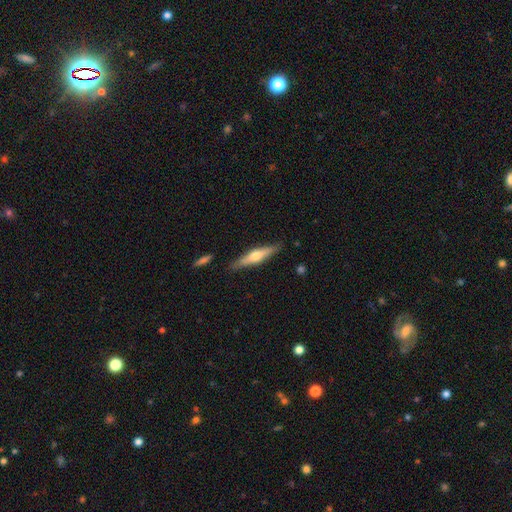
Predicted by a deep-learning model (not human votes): smooth-or-featured: featured or disk: 56% | smooth: 38% | star or artifact: 6%
  disk-edge-on: yes: 94% | no: 6%
    edge-on-bulge: rounded: 88% | none: 7% | boxy: 5%
  merging: none: 86% | minor disturbance: 11% | major disturbance: 2% | merger: 2%